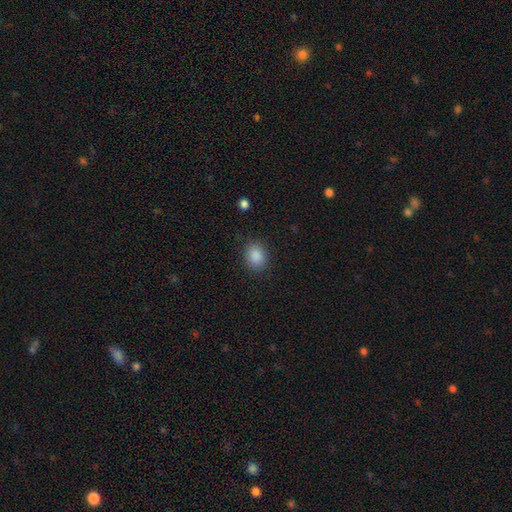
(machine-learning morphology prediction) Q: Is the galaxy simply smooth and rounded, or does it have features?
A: smooth — 88%.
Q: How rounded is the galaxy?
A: in between — 52%.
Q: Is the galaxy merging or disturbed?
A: none — 85%.